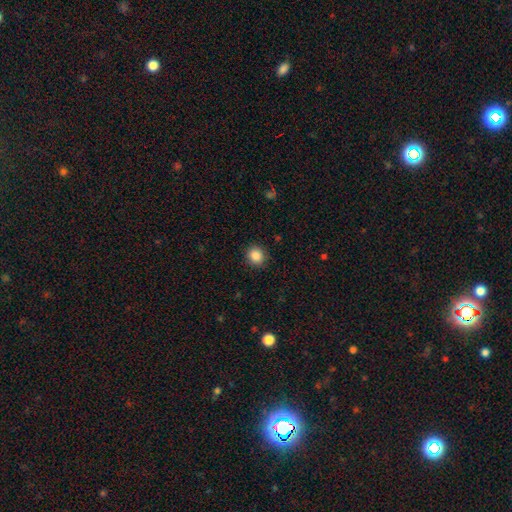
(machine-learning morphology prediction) Smooth or featured? Predicted: smooth (p=0.87). How rounded? Predicted: round (p=0.85). Merging? Predicted: none (p=0.90).